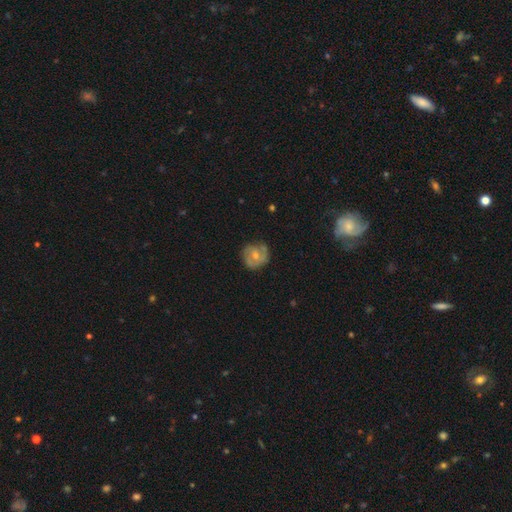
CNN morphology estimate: A featured or disk galaxy (58%) with no bar (61%), spiral arms (80%) and a moderate central bulge (52%). Merging: none (70%).